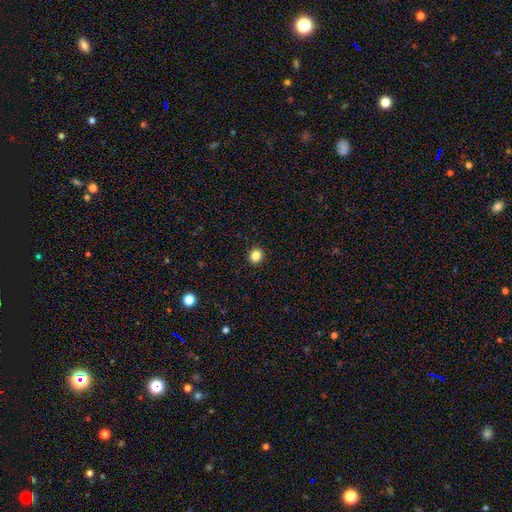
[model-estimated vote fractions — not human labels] Morphology: type=smooth (84%); roundness=round (86%); merging=none (93%).